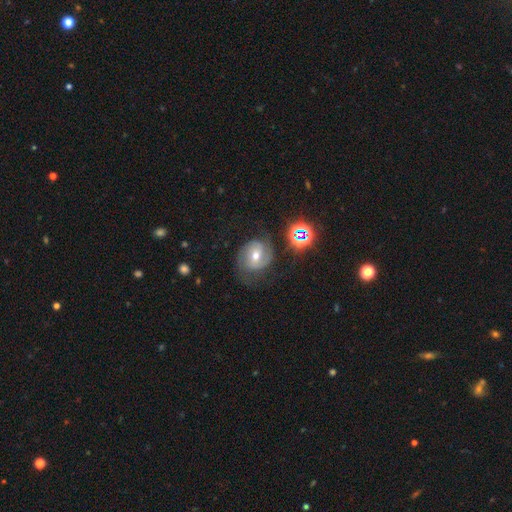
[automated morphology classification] Overall: featured or disk (66%). Edge-on disk: no (97%). Bar: weak (41%; no 39%). Spiral arms: yes (89%). Spiral arm count: 2 (79%). Spiral winding: medium (47%; tight 33%). Bulge size: moderate (64%; small 31%). Merging: none (63%).